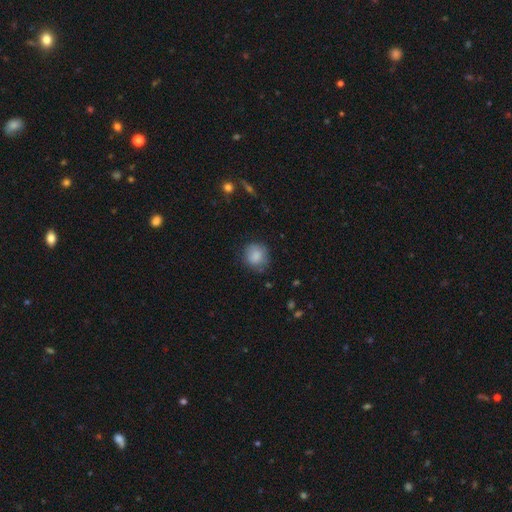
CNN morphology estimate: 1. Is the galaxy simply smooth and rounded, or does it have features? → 84% smooth, 8% star or artifact, 8% featured or disk.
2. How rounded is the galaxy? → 84% round, 16% in between, 1% cigar-shaped.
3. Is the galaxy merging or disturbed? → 75% none, 19% minor disturbance, 5% major disturbance, 1% merger.